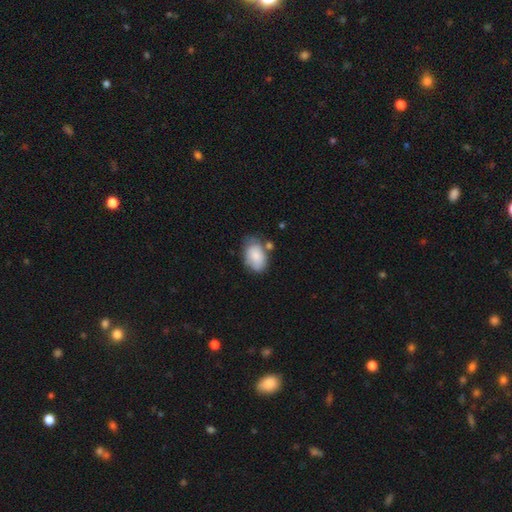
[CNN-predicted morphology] type=smooth (80%); roundness=in between (88%); merging=none (54%).